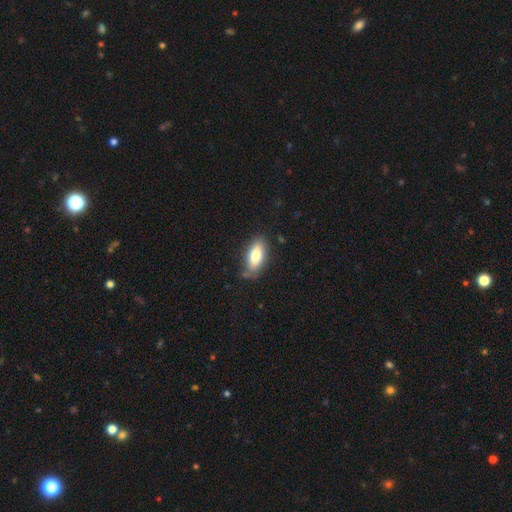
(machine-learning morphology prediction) A smooth galaxy with no disk features (79%) that is in between round and cigar-shaped (84%).

Vote fractions:
- Smooth or featured? smooth: 79% / featured or disk: 14% / star or artifact: 7%
- How rounded? in between: 84% / cigar-shaped: 13% / round: 3%
- Merging? none: 79% / minor disturbance: 15% / major disturbance: 3% / merger: 2%